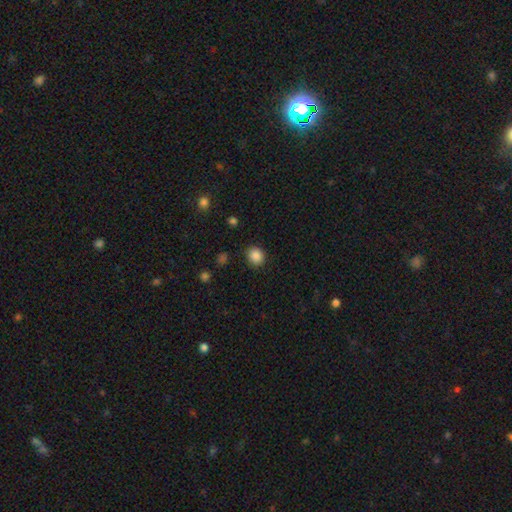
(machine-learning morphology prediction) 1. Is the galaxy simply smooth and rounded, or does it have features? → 87% smooth, 10% star or artifact, 3% featured or disk.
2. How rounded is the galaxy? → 75% round, 25% in between, 1% cigar-shaped.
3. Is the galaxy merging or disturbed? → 88% none, 8% minor disturbance, 2% major disturbance, 1% merger.